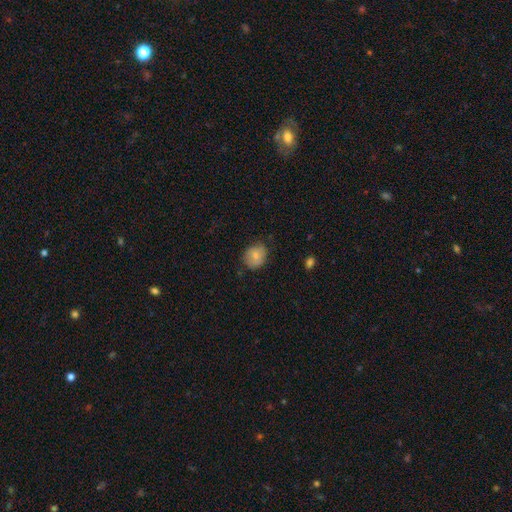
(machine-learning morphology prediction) Smooth or featured? Predicted: smooth (p=0.79). How rounded? Predicted: round (p=0.68). Merging? Predicted: none (p=0.71).